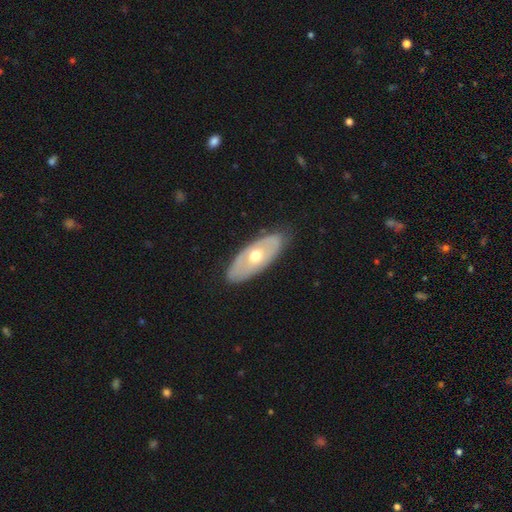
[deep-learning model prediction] Smooth or featured? Predicted: featured or disk (p=0.53). Edge-on disk? Predicted: no (p=0.78). Merging? Predicted: none (p=0.82).